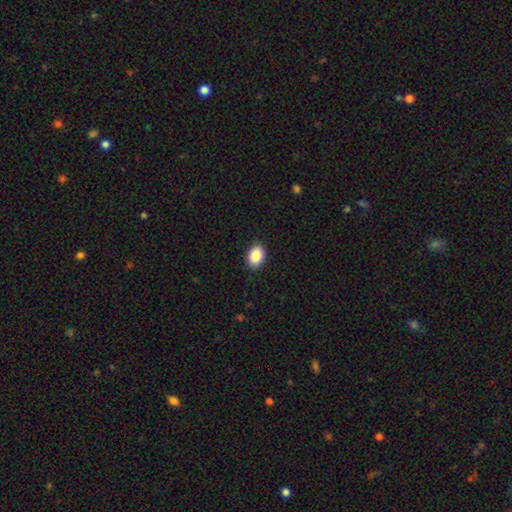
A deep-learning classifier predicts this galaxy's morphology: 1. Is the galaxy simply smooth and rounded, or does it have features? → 88% smooth, 8% star or artifact, 4% featured or disk.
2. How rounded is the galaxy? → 79% in between, 20% round, 1% cigar-shaped.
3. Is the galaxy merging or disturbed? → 89% none, 8% minor disturbance, 2% major disturbance, 1% merger.